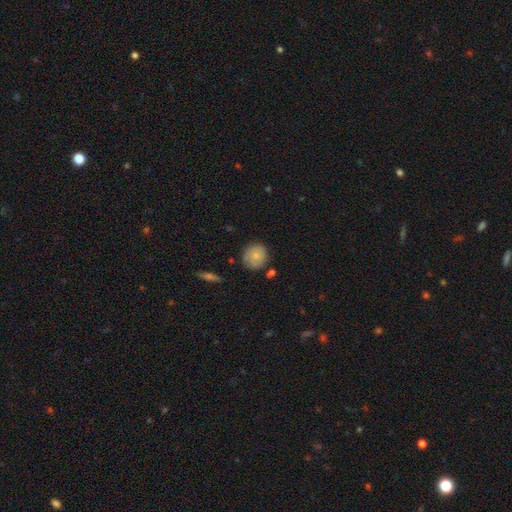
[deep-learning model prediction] smooth_or_featured: smooth (p=0.76) [alt: featured or disk p=0.16]
how_rounded: round (p=0.84) [alt: in between p=0.15]
merging: none (p=0.75) [alt: minor disturbance p=0.17]